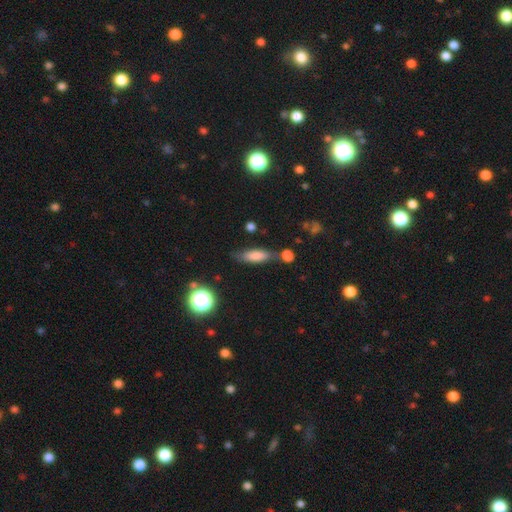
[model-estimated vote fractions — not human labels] The model was most divided on "how rounded": in between: 55%, cigar-shaped: 42%, round: 3%. More confident: smooth or featured — smooth (74%); merging — none (61%).